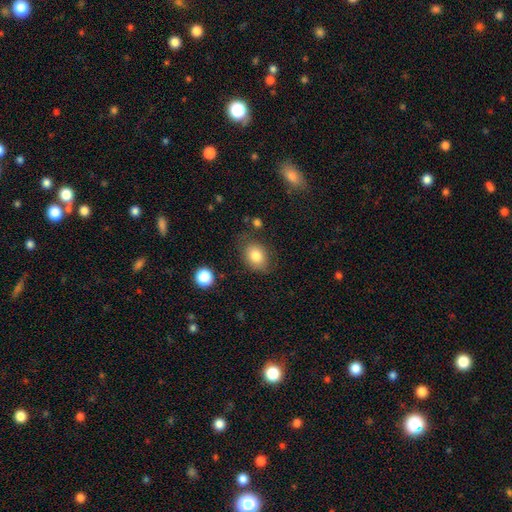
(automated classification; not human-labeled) Smooth or featured? smooth (81%)
How rounded? in between (65%)
Merging? none (72%)